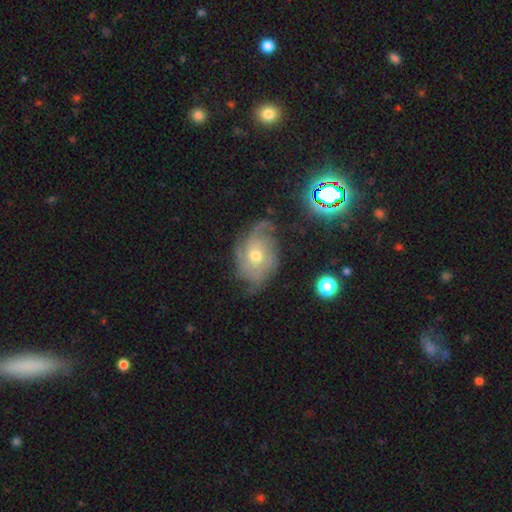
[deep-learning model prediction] smooth-or-featured: featured or disk: 81% | smooth: 11% | star or artifact: 8%
  disk-edge-on: no: 96% | yes: 4%
    bar: no: 77% | weak: 19% | strong: 3%
    has-spiral-arms: yes: 94% | no: 6%
      spiral-winding: tight: 48% | medium: 38% | loose: 14%
      spiral-arm-count: can't tell: 30% | 3: 29% | 2: 16% | 4: 12% | 1: 6% | more than 4: 6%
    bulge-size: moderate: 62% | small: 33% | large: 3% | none: 1% | dominant: 1%
  merging: none: 61% | minor disturbance: 25% | major disturbance: 13% | merger: 2%